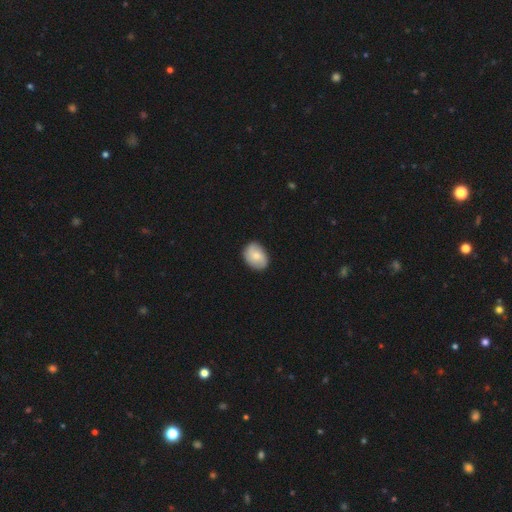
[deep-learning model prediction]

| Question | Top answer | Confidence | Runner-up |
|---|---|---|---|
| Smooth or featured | smooth | 68% | featured or disk (25%) |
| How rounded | in between | 70% | round (29%) |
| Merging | none | 84% | minor disturbance (12%) |